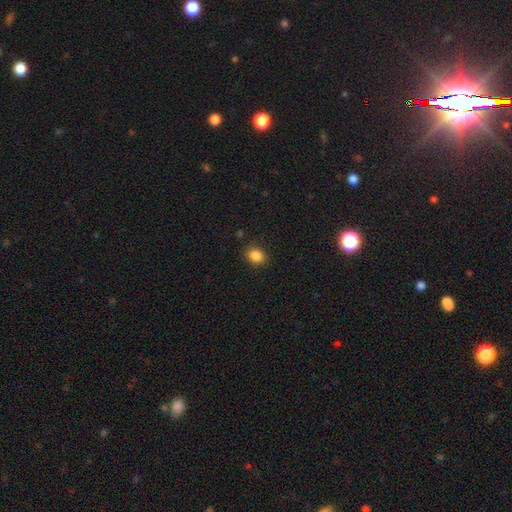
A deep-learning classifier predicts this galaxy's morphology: Q: Smooth or featured?
A: smooth (86%); runner-up: star or artifact (10%)
Q: How rounded?
A: in between (52%); runner-up: round (47%)
Q: Merging?
A: none (88%); runner-up: minor disturbance (8%)